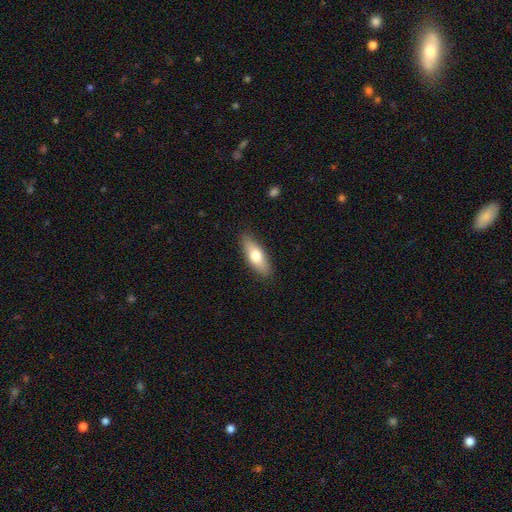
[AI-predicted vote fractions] Morphology: type=smooth (67%); roundness=in between (59%); merging=none (88%).